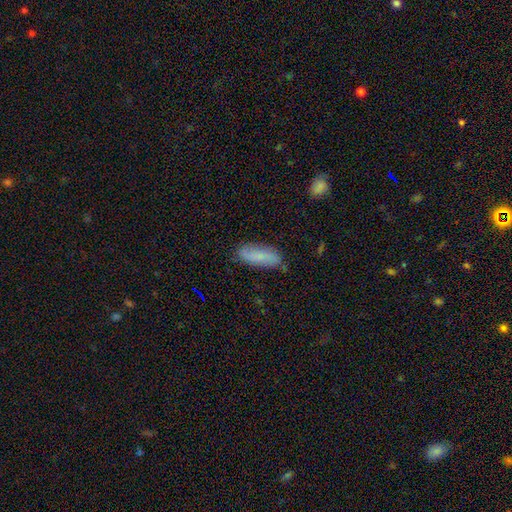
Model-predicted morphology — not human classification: smooth 66%, featured or disk 26%, star or artifact 8%. Down the decision tree: how rounded — in between (54%); merging — none (78%).